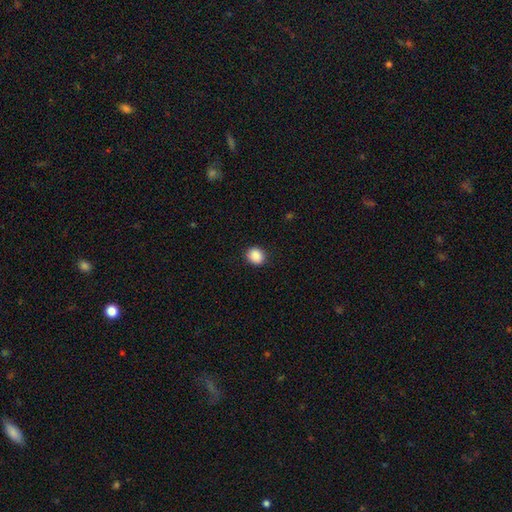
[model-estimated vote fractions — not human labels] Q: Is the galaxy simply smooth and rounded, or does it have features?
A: smooth — 89%.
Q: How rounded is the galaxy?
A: round — 64%.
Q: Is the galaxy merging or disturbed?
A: none — 85%.